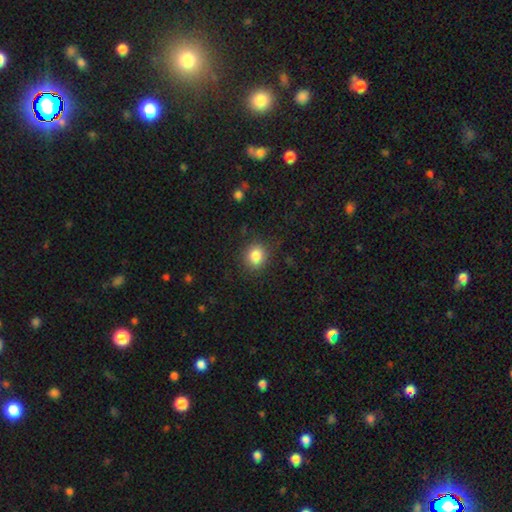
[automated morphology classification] The model was most divided on "how rounded": round: 72%, in between: 27%, cigar-shaped: 1%. More confident: merging — none (86%); smooth or featured — smooth (85%).